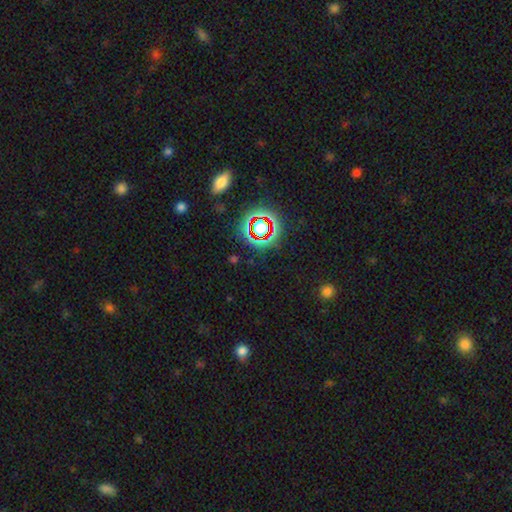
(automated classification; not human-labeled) Smooth or featured?
  - star or artifact: 72% *
  - smooth: 17%
  - featured or disk: 11%